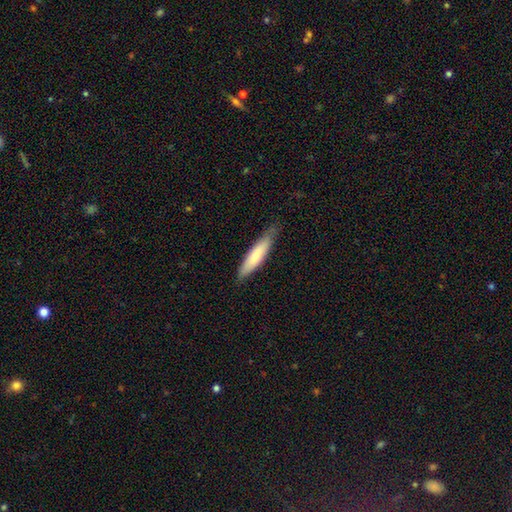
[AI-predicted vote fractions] Smooth or featured?
  - smooth: 73% *
  - featured or disk: 22%
  - star or artifact: 5%
How rounded?
  - cigar-shaped: 79% *
  - in between: 20%
  - round: 1%
Merging?
  - none: 79% *
  - minor disturbance: 18%
  - major disturbance: 3%
  - merger: 1%